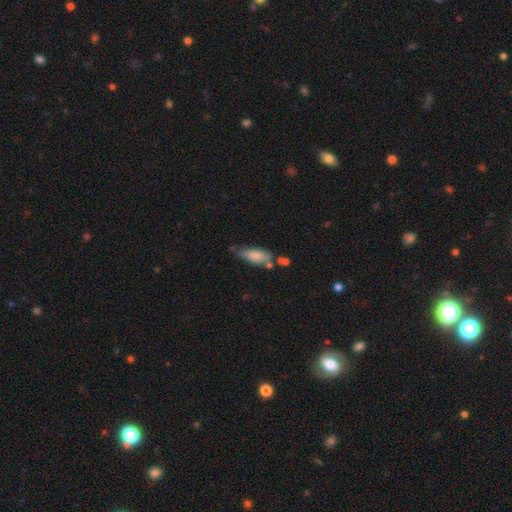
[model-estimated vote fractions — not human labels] Overall: smooth (79%). How rounded: in between (67%; cigar-shaped 31%). Merging: none (53%; minor disturbance 28%).